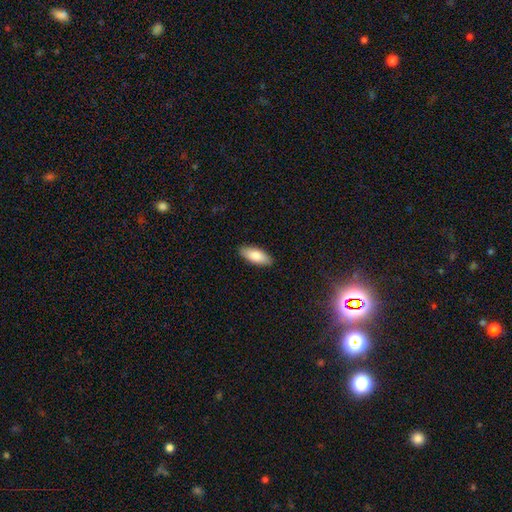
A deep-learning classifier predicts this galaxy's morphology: Q: Smooth or featured?
A: smooth (83%); runner-up: featured or disk (11%)
Q: How rounded?
A: in between (81%); runner-up: cigar-shaped (18%)
Q: Merging?
A: none (89%); runner-up: minor disturbance (8%)